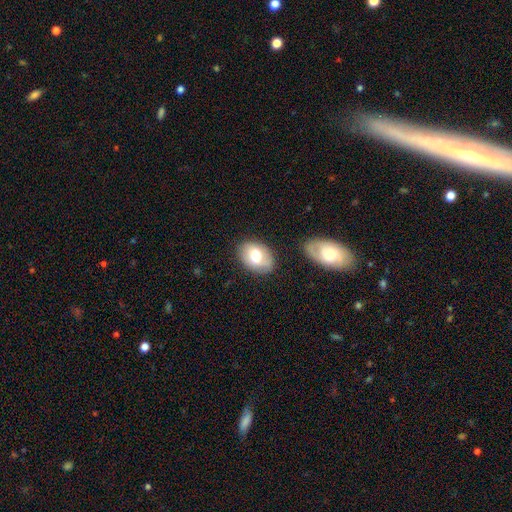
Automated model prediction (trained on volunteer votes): Smooth or featured? Predicted: smooth (p=0.72). How rounded? Predicted: in between (p=0.78). Merging? Predicted: none (p=0.80).